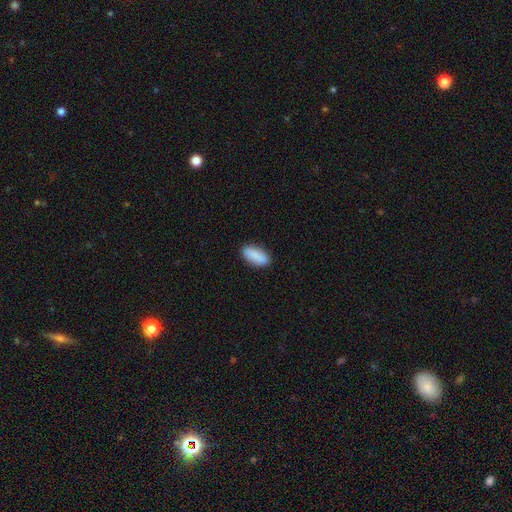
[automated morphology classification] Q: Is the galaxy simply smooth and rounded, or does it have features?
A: smooth — 89%.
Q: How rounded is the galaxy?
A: in between — 81%.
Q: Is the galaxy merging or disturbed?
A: none — 88%.